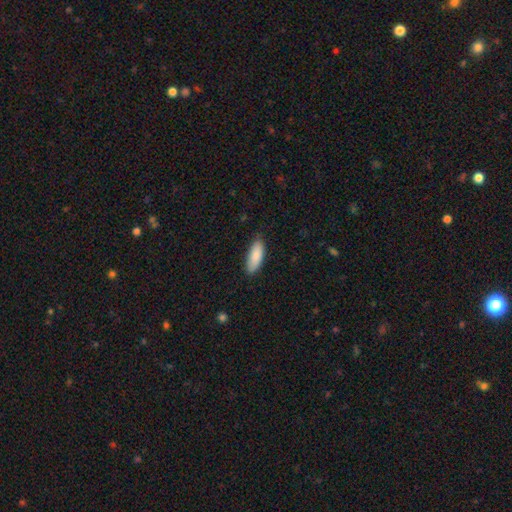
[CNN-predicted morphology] Smooth or featured? Predicted: smooth (p=0.88). How rounded? Predicted: in between (p=0.73). Merging? Predicted: none (p=0.83).